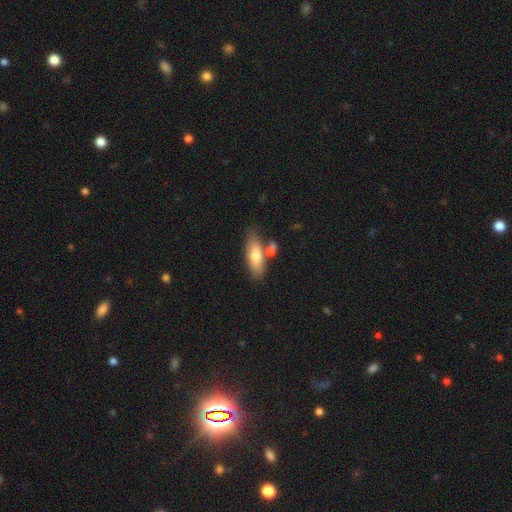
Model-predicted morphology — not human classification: Smooth or featured? Predicted: smooth (p=0.73). How rounded? Predicted: in between (p=0.65). Merging? Predicted: none (p=0.62).